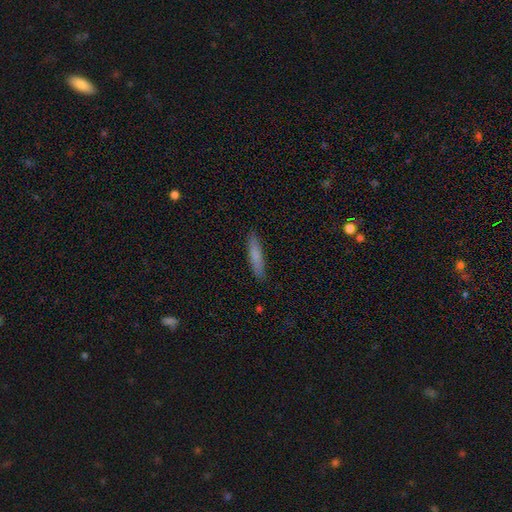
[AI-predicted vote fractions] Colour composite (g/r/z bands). It shows a smooth galaxy with no disk features (74%) that is cigar-shaped (87%). Merging: none (89%).